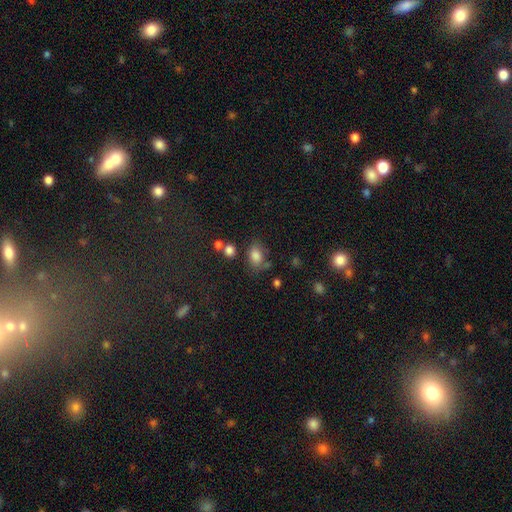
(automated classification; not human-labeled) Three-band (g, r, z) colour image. It shows a smooth galaxy with no disk features (80%) that is in between round and cigar-shaped (71%). Merging: none (57%).